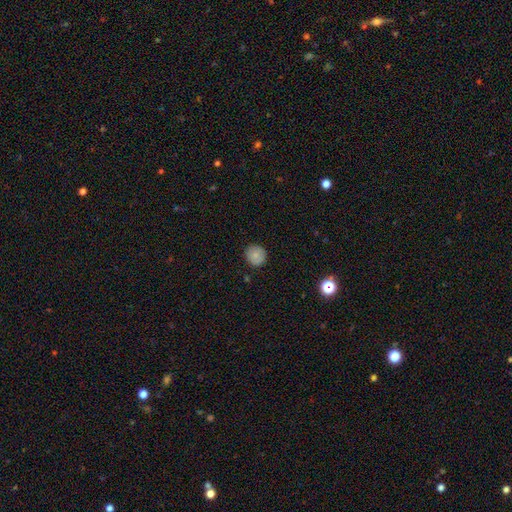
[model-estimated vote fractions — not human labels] Smooth or featured? smooth (82%)
How rounded? round (94%)
Merging? none (89%)